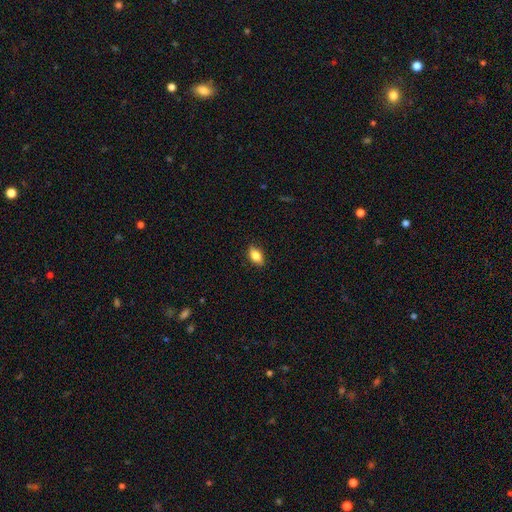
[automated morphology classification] Q: Smooth or featured?
A: smooth (81%); runner-up: featured or disk (11%)
Q: How rounded?
A: in between (87%); runner-up: round (8%)
Q: Merging?
A: none (87%); runner-up: minor disturbance (10%)